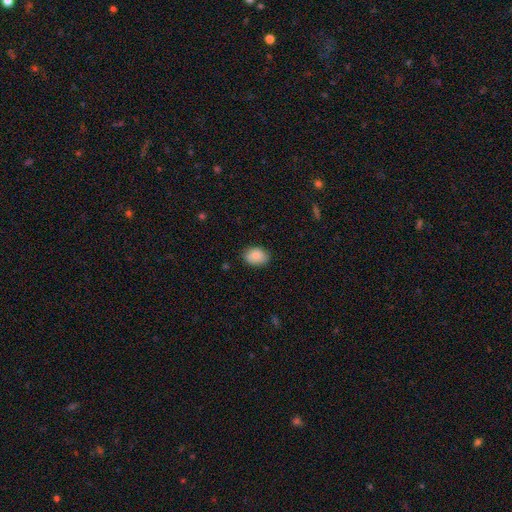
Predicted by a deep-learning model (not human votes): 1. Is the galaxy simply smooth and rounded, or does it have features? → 82% smooth, 11% featured or disk, 7% star or artifact.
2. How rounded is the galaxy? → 74% in between, 25% round, 1% cigar-shaped.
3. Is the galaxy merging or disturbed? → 82% none, 14% minor disturbance, 3% major disturbance, 1% merger.